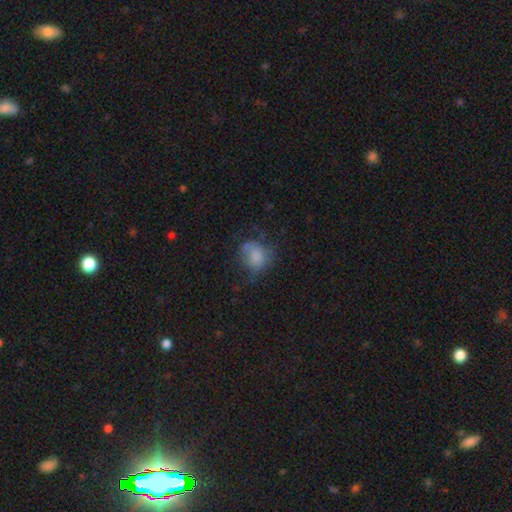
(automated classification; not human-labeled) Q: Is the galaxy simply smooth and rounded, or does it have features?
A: smooth — 72%.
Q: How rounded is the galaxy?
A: round — 57%.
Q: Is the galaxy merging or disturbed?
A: none — 43%.